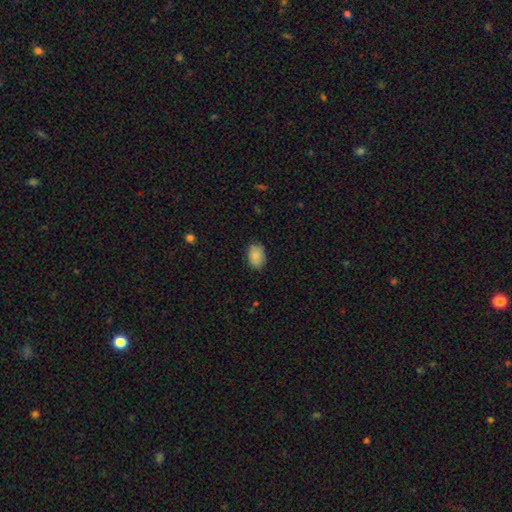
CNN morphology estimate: Smooth or featured? smooth (86%)
How rounded? in between (80%)
Merging? none (82%)